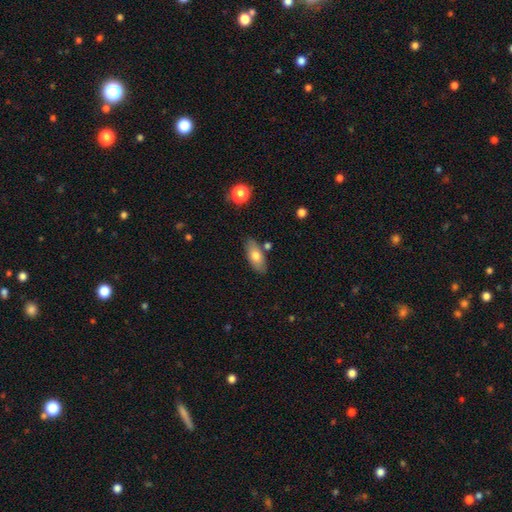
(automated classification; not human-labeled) Smooth or featured?
  - smooth: 73% *
  - featured or disk: 20%
  - star or artifact: 7%
How rounded?
  - in between: 87% *
  - cigar-shaped: 10%
  - round: 3%
Merging?
  - none: 79% *
  - minor disturbance: 13%
  - merger: 5%
  - major disturbance: 3%